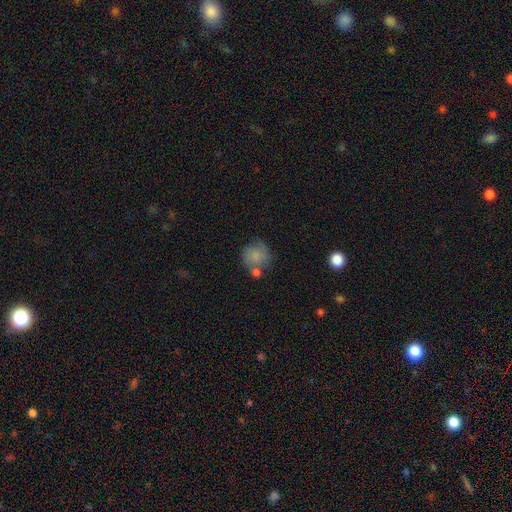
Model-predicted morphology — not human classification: This is likely a smooth galaxy (66%). How rounded: clearly round (83%). Merging: possibly none (50%).